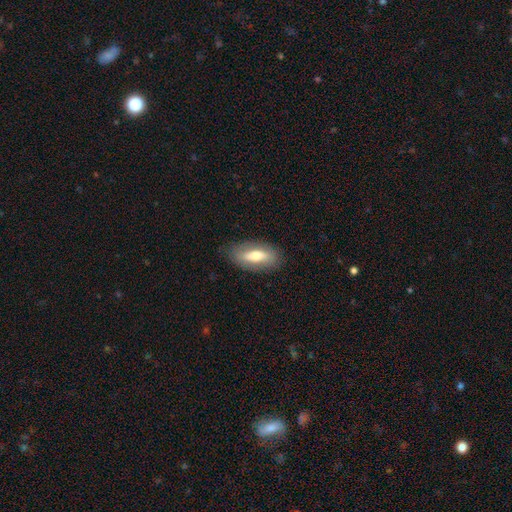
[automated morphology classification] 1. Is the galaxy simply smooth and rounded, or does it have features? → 60% smooth, 34% featured or disk, 6% star or artifact.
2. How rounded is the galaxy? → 82% in between, 15% cigar-shaped, 3% round.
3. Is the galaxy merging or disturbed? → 84% none, 12% minor disturbance, 3% major disturbance, 1% merger.